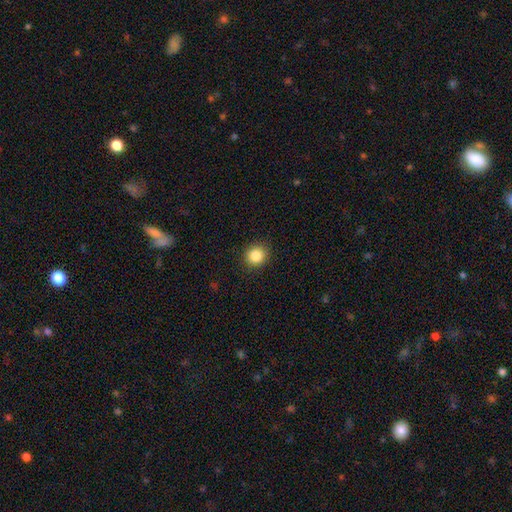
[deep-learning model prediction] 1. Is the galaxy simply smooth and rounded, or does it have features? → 85% smooth, 10% star or artifact, 4% featured or disk.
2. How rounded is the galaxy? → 87% round, 12% in between, 1% cigar-shaped.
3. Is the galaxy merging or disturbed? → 90% none, 7% minor disturbance, 2% major disturbance, 1% merger.